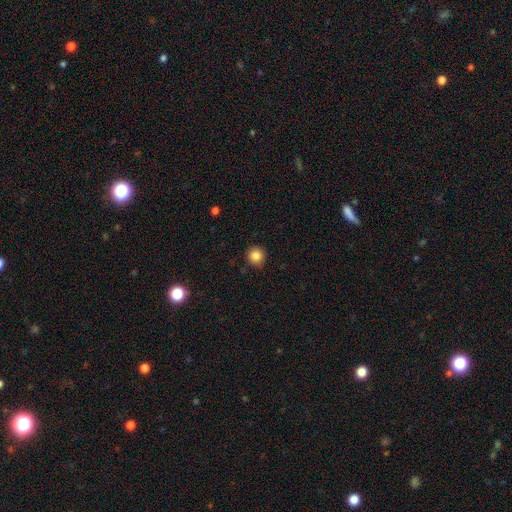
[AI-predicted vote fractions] Smooth or featured? smooth (85%)
How rounded? round (94%)
Merging? none (87%)